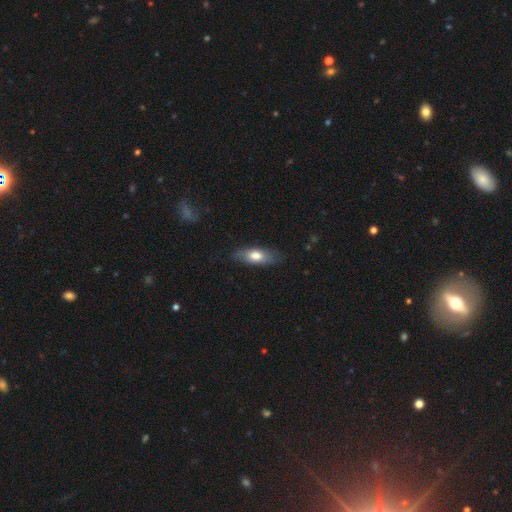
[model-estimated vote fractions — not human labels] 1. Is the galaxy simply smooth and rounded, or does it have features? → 71% smooth, 23% featured or disk, 6% star or artifact.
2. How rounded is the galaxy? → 70% in between, 26% cigar-shaped, 3% round.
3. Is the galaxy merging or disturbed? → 77% none, 17% minor disturbance, 4% major disturbance, 1% merger.